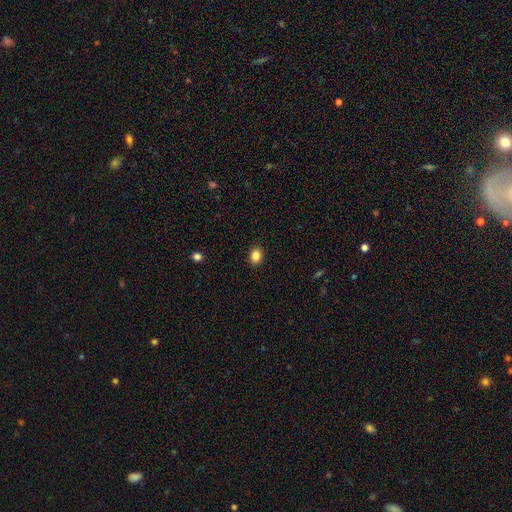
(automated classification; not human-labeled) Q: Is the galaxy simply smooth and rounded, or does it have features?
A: smooth — 85%.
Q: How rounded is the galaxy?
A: round — 50%.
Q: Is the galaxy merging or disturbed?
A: none — 91%.